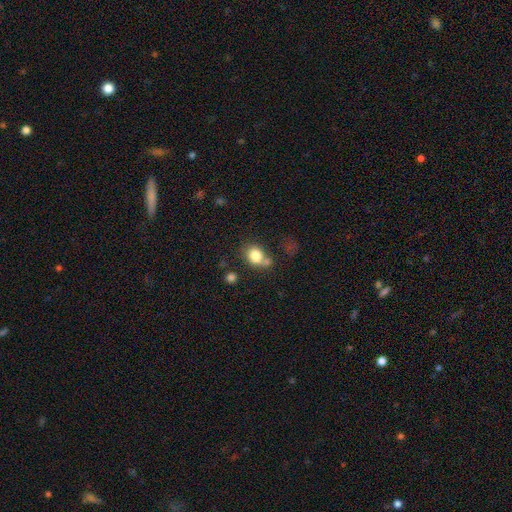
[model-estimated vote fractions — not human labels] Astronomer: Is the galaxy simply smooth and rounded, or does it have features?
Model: smooth — 82%.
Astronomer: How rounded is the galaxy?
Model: round — 63%.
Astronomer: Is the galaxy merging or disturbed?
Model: none — 52%.